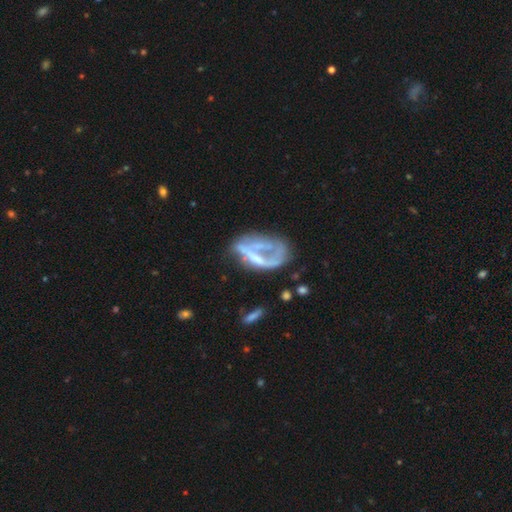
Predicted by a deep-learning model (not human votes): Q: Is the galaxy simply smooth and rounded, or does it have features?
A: featured or disk — 64%.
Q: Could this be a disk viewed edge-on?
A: no — 94%.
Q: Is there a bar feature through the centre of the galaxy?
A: no — 58%.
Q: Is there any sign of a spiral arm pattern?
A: no — 71%.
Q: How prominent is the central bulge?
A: none — 53%.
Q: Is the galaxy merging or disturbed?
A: major disturbance — 42%.